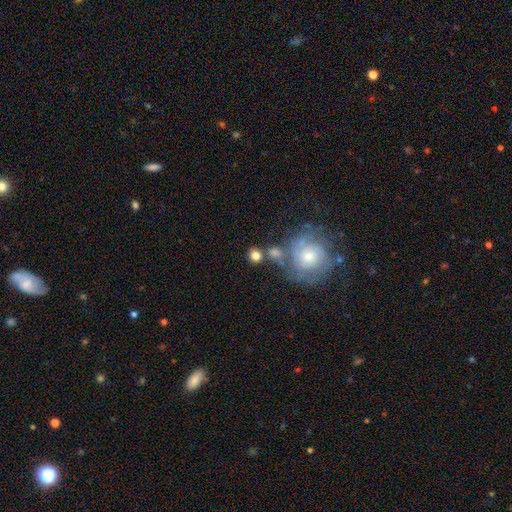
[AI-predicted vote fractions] Smooth or featured?
  - smooth: 76% *
  - featured or disk: 14%
  - star or artifact: 10%
How rounded?
  - round: 83% *
  - in between: 16%
  - cigar-shaped: 1%
Merging?
  - none: 65% *
  - merger: 18%
  - minor disturbance: 11%
  - major disturbance: 6%